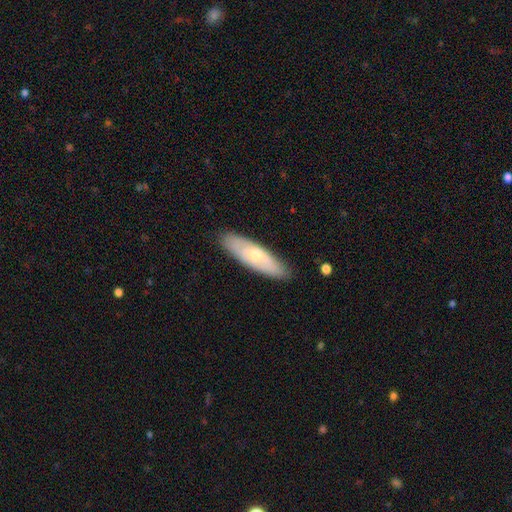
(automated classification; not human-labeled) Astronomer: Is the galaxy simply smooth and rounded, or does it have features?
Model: smooth — 50% (runner-up: featured or disk, 44%).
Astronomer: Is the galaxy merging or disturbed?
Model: none — 85%.